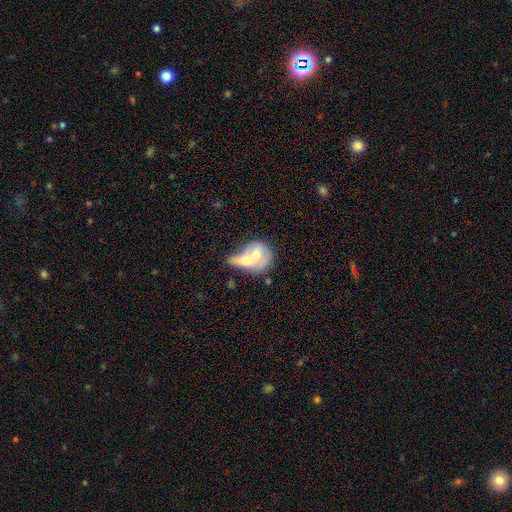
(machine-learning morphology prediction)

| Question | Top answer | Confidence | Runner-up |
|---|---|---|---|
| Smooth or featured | smooth | 54% | featured or disk (39%) |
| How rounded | round | 52% | in between (45%) |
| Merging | merger | 73% | none (12%) |